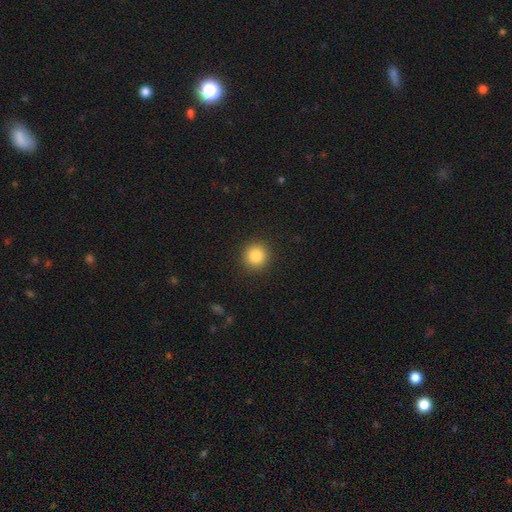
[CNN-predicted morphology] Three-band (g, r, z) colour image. It shows a smooth galaxy with no disk features (85%) that is round (93%). Merging: none (91%).